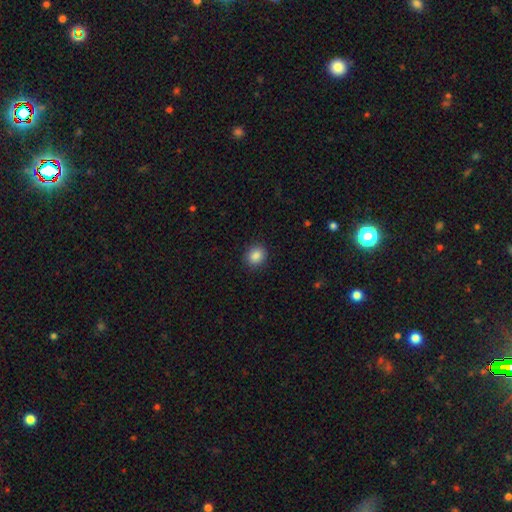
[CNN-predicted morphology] This appears to be a smooth galaxy with no disk features (87%) that is round (71%). Merging: none (90%).